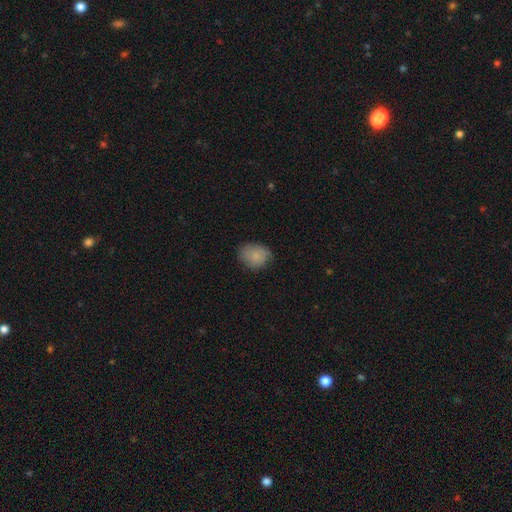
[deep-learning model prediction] smooth-or-featured: smooth: 80% | featured or disk: 12% | star or artifact: 8%
  how-rounded: round: 58% | in between: 41% | cigar-shaped: 1%
  merging: none: 68% | minor disturbance: 26% | major disturbance: 6% | merger: 1%